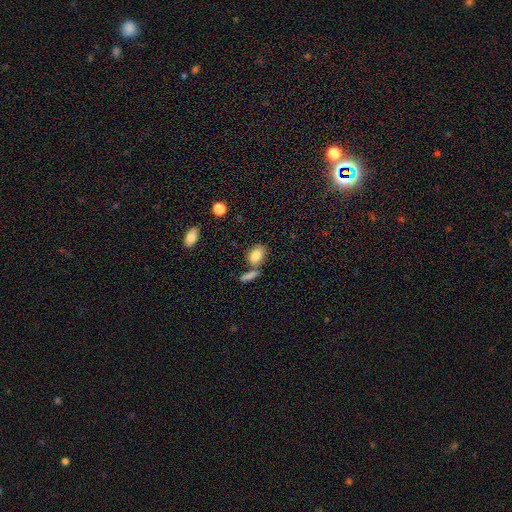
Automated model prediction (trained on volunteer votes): Q: Smooth or featured?
A: smooth (83%); runner-up: featured or disk (9%)
Q: How rounded?
A: in between (79%); runner-up: round (18%)
Q: Merging?
A: none (53%); runner-up: merger (29%)